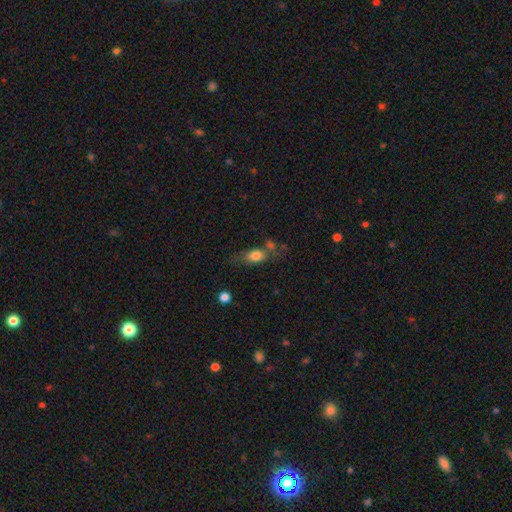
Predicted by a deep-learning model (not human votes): Smooth or featured?
  - smooth: 74% *
  - featured or disk: 17%
  - star or artifact: 9%
How rounded?
  - in between: 76% *
  - round: 13%
  - cigar-shaped: 12%
Merging?
  - none: 46% *
  - minor disturbance: 22%
  - merger: 19%
  - major disturbance: 13%